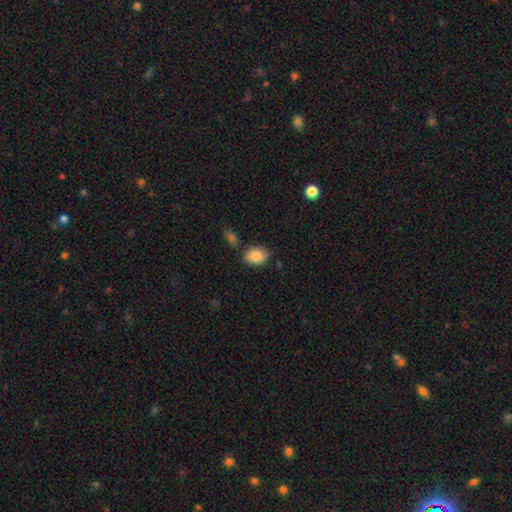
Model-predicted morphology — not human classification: A smooth galaxy with no disk features (85%) that is in between round and cigar-shaped (79%).

Vote fractions:
- Smooth or featured? smooth: 85% / featured or disk: 7% / star or artifact: 7%
- How rounded? in between: 79% / round: 20% / cigar-shaped: 1%
- Merging? none: 75% / minor disturbance: 15% / merger: 6% / major disturbance: 3%